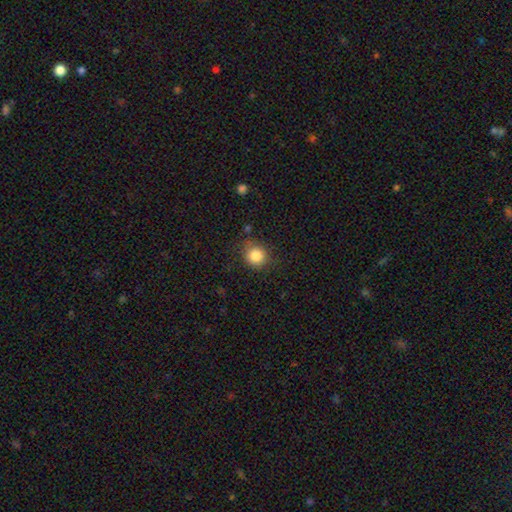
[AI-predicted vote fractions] This is clearly a smooth galaxy (84%). How rounded: clearly round (88%). Merging: clearly none (80%).